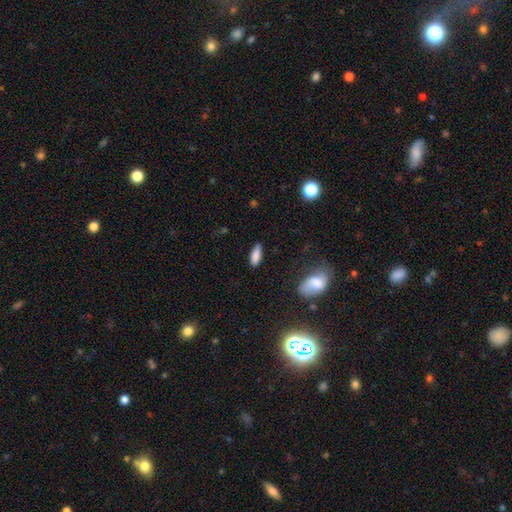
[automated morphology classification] A smooth galaxy with no disk features (84%) that is in between round and cigar-shaped (66%). Merging: none (81%).